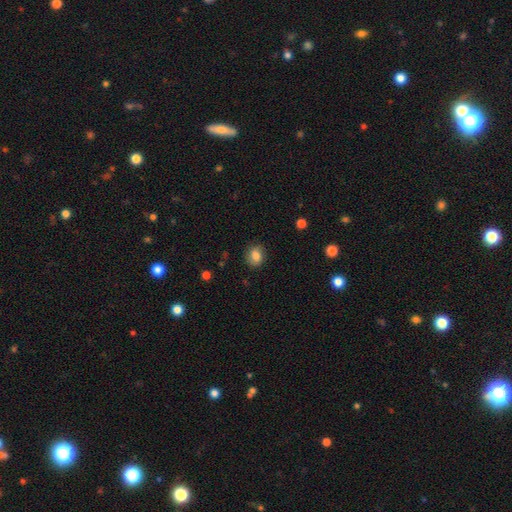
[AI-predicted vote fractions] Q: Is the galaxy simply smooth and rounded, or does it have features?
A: smooth — 81%.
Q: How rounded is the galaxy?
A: round — 60%.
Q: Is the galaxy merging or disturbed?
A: none — 83%.